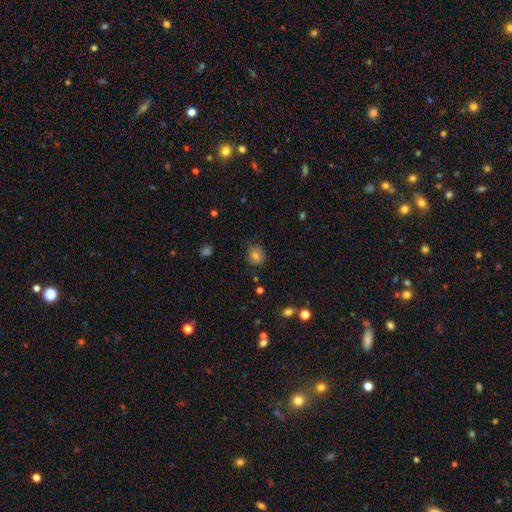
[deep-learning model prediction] A smooth galaxy with no disk features (77%) that is round (73%). Merging: none (78%).